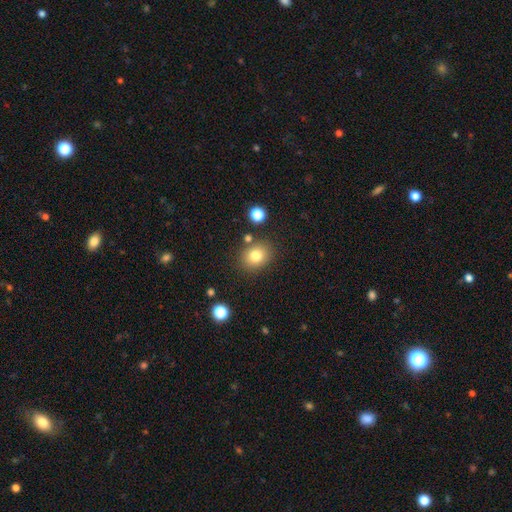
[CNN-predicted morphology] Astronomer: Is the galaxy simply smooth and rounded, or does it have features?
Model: smooth — 80%.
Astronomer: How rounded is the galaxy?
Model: round — 57% (runner-up: in between, 42%).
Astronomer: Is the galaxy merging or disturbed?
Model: none — 81%.